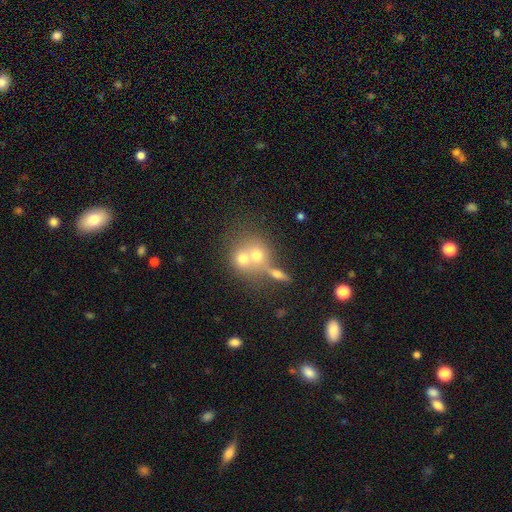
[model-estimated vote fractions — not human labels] Smooth or featured?
  - smooth: 62% *
  - featured or disk: 26%
  - star or artifact: 13%
How rounded?
  - round: 75% *
  - in between: 24%
  - cigar-shaped: 1%
Merging?
  - merger: 62% *
  - none: 27%
  - minor disturbance: 7%
  - major disturbance: 4%